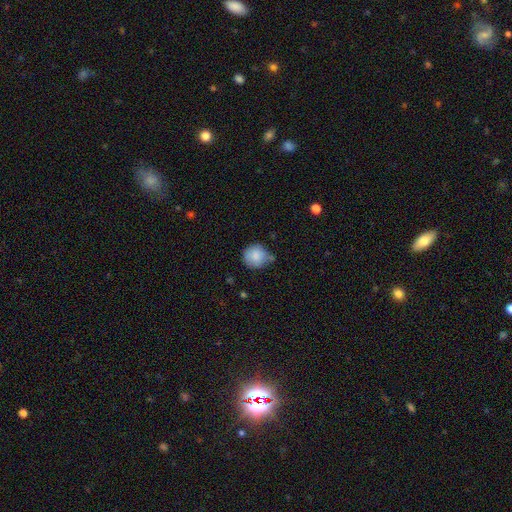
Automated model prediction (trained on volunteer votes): Morphology: type=smooth (84%); roundness=round (88%); merging=none (58%).